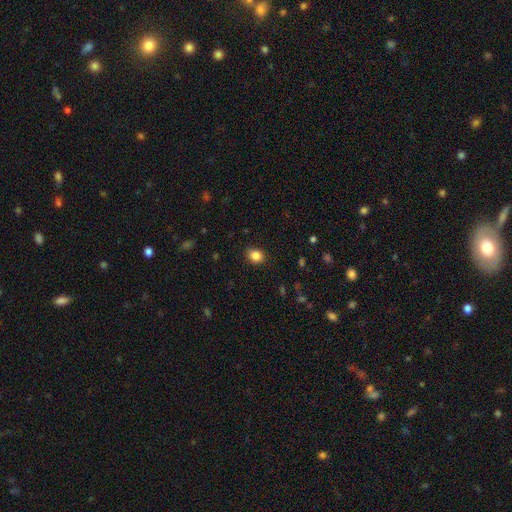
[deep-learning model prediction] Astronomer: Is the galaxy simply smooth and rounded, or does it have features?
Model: smooth — 85%.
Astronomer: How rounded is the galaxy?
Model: round — 58% (runner-up: in between, 41%).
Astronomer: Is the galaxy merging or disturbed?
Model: none — 88%.